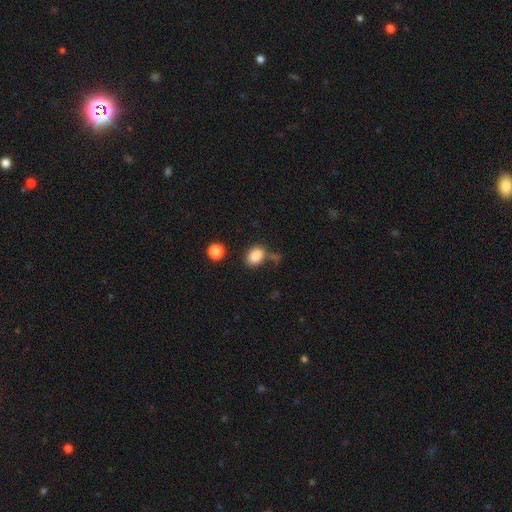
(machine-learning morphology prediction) smooth-or-featured: smooth: 85% | star or artifact: 10% | featured or disk: 5%
  how-rounded: in between: 70% | round: 29% | cigar-shaped: 1%
  merging: none: 63% | minor disturbance: 19% | merger: 11% | major disturbance: 8%